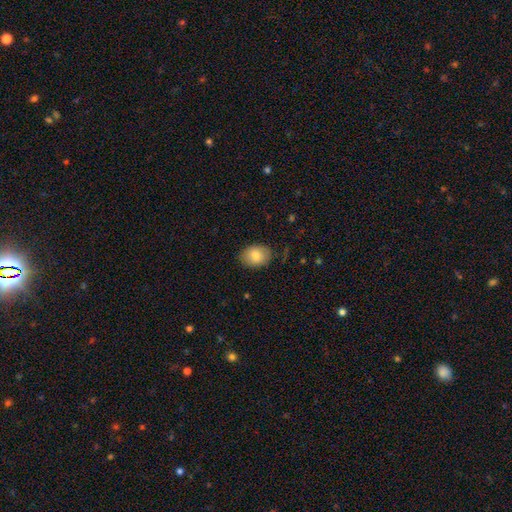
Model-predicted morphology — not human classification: Smooth or featured: smooth — 84% (featured or disk — 9%)
How rounded: in between — 67% (round — 32%)
Merging: none — 82% (minor disturbance — 14%)